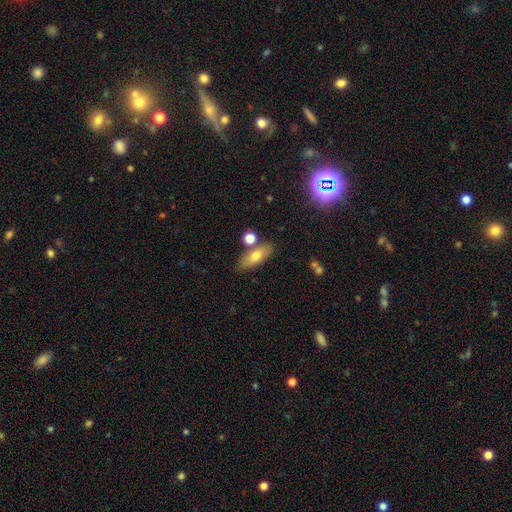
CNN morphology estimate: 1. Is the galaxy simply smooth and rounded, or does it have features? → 70% smooth, 23% featured or disk, 7% star or artifact.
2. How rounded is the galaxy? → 64% in between, 31% cigar-shaped, 5% round.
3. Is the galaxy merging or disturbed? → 73% none, 12% merger, 12% minor disturbance, 3% major disturbance.